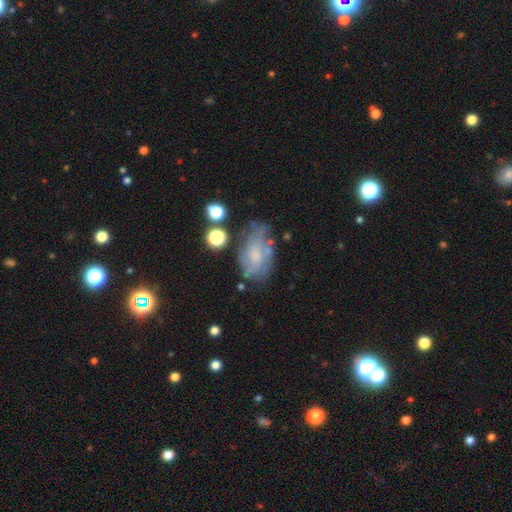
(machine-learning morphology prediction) Smooth or featured?
  - featured or disk: 55% *
  - smooth: 35%
  - star or artifact: 10%
Edge-on disk?
  - no: 95% *
  - yes: 5%
Bar?
  - no: 65% *
  - weak: 31%
  - strong: 5%
Spiral arms?
  - yes: 64% *
  - no: 36%
Bulge size?
  - small: 42% *
  - moderate: 28%
  - none: 24%
  - large: 4%
  - dominant: 1%
Merging?
  - none: 50% *
  - minor disturbance: 27%
  - major disturbance: 16%
  - merger: 7%